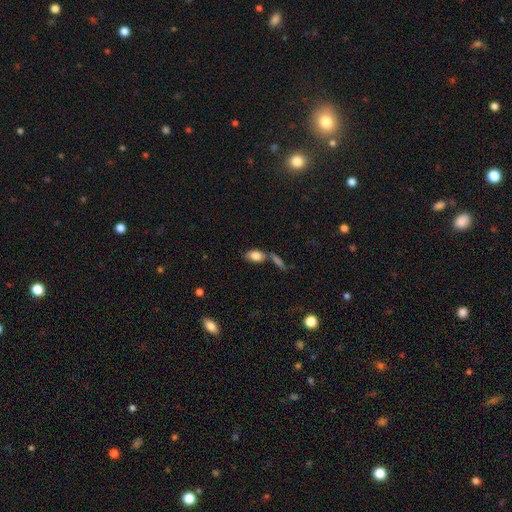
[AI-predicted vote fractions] Morphology: type=smooth (81%); roundness=in between (89%); merging=none (52%).